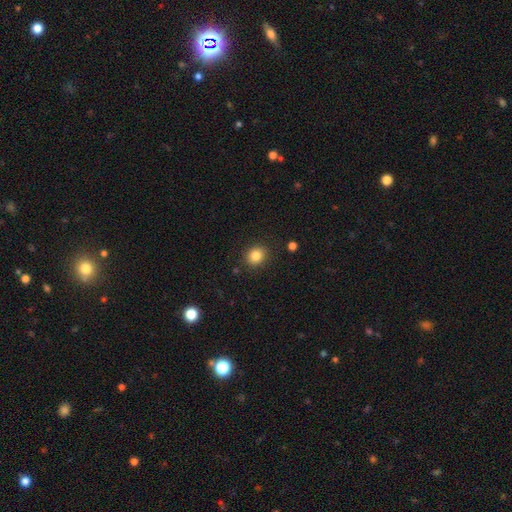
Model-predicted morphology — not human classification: A smooth galaxy with no disk features (84%) that is round (69%). Merging: none (88%).